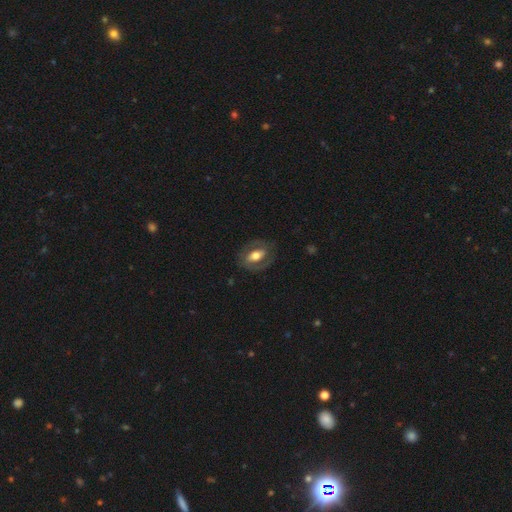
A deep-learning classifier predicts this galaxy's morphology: Q: Smooth or featured?
A: featured or disk (63%); runner-up: smooth (31%)
Q: Edge-on disk?
A: no (93%); runner-up: yes (7%)
Q: Bar?
A: no (37%); runner-up: weak (32%)
Q: Spiral arms?
A: yes (60%); runner-up: no (40%)
Q: Bulge size?
A: moderate (59%); runner-up: large (29%)
Q: Merging?
A: none (76%); runner-up: minor disturbance (14%)